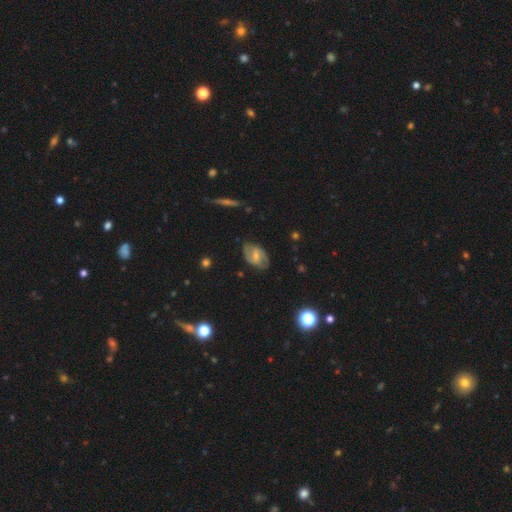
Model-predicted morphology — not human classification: A featured or disk galaxy (65%) with a weak bar (53%), 2 (83%) medium (46%) spiral arms (87%) and a small central bulge (51%). Merging: none (78%).